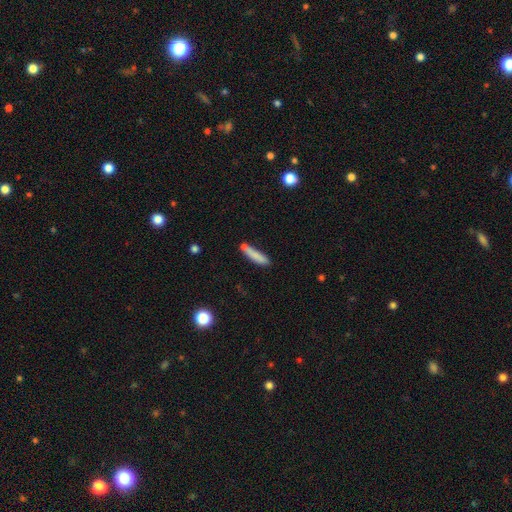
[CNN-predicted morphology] smooth_or_featured: smooth (p=0.79) [alt: featured or disk p=0.14]
how_rounded: cigar-shaped (p=0.84) [alt: in between p=0.14]
merging: none (p=0.62) [alt: minor disturbance p=0.21]